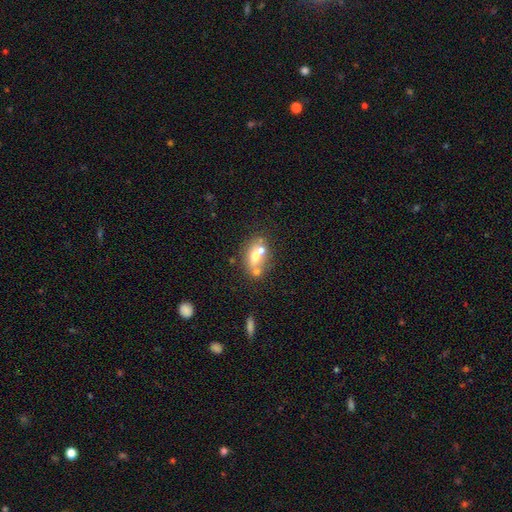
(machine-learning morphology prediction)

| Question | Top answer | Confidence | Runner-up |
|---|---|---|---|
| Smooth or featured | smooth | 57% | featured or disk (31%) |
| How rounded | in between | 66% | round (31%) |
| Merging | none | 46% | merger (37%) |